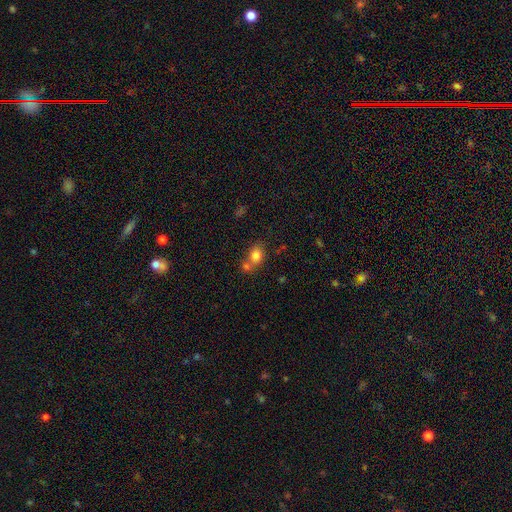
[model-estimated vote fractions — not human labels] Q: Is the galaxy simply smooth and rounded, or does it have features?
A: smooth — 81%.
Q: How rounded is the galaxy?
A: in between — 53%.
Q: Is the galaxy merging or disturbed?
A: none — 45%.